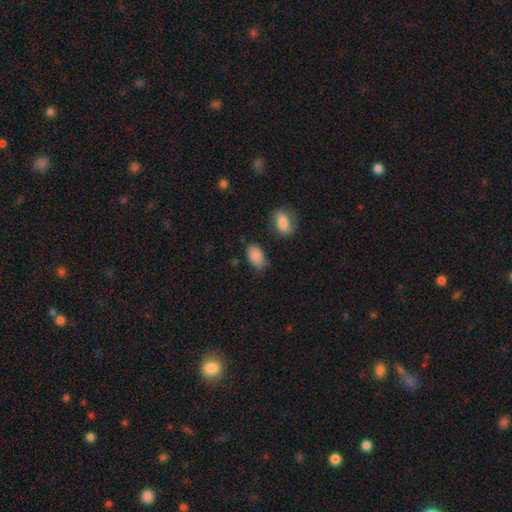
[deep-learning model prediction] Smooth or featured?
  - smooth: 86% *
  - star or artifact: 8%
  - featured or disk: 6%
How rounded?
  - in between: 91% *
  - round: 7%
  - cigar-shaped: 2%
Merging?
  - none: 66% *
  - minor disturbance: 24%
  - major disturbance: 5%
  - merger: 5%